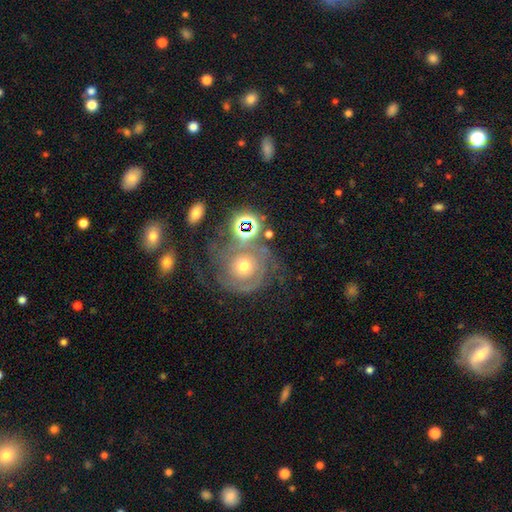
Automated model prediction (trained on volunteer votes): Smooth or featured?
  - featured or disk: 48% *
  - star or artifact: 27%
  - smooth: 24%
Merging?
  - none: 62% *
  - merger: 15%
  - minor disturbance: 13%
  - major disturbance: 10%